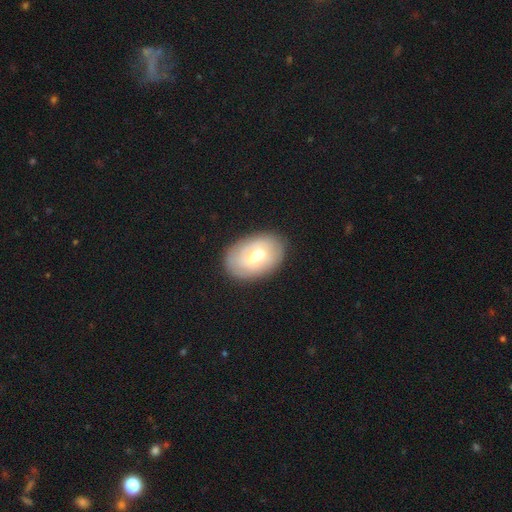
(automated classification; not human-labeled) smooth_or_featured: featured or disk (p=0.48) [alt: smooth p=0.45]
merging: none (p=0.83) [alt: minor disturbance p=0.12]